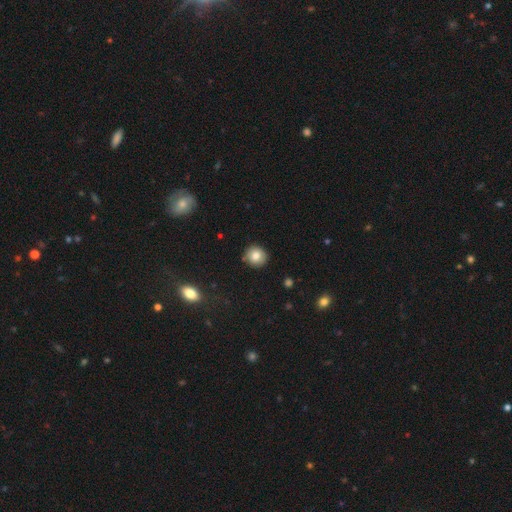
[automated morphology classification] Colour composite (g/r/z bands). It shows a smooth galaxy with no disk features (81%) that is round (91%). Merging: none (88%).